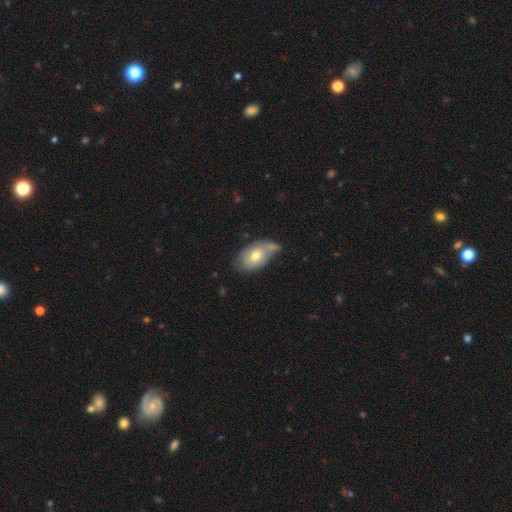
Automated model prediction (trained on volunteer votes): Overall: smooth (65%; featured or disk 28%). How rounded: in between (89%). Merging: none (47%; minor disturbance 30%).